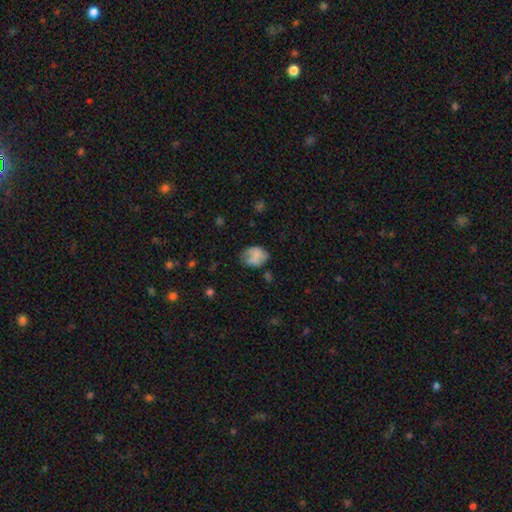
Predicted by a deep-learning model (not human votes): This is likely a smooth galaxy (69%). How rounded: possibly in between (59%). Merging: possibly none (54%).